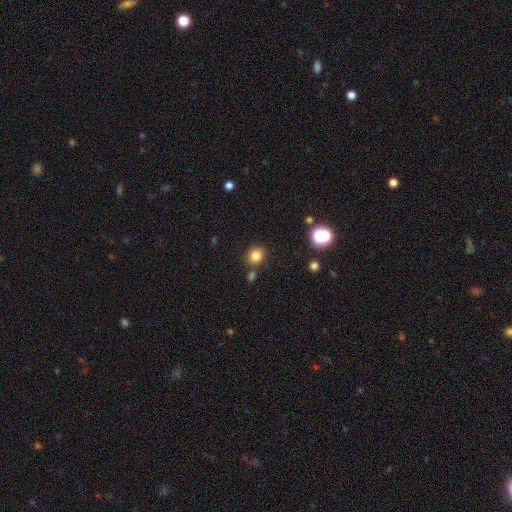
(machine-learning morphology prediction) type=smooth (81%); roundness=round (74%); merging=none (80%).